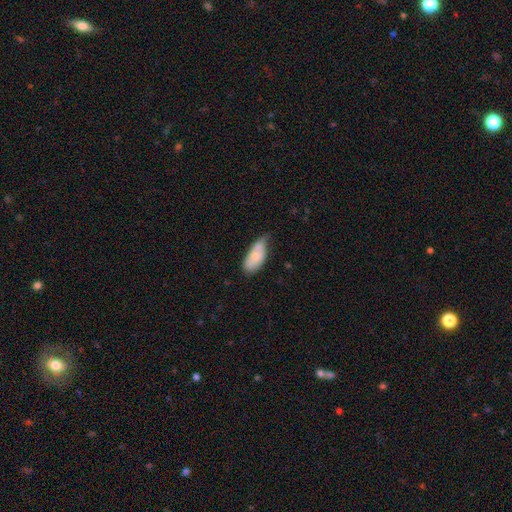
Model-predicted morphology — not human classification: smooth_or_featured: smooth (p=0.72) [alt: featured or disk p=0.21]
how_rounded: in between (p=0.89) [alt: cigar-shaped p=0.08]
merging: minor disturbance (p=0.45) [alt: none p=0.38]